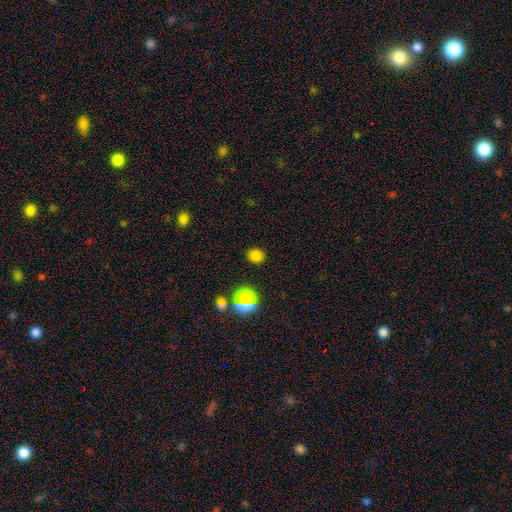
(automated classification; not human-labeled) Q: Smooth or featured?
A: smooth (75%); runner-up: star or artifact (20%)
Q: How rounded?
A: round (77%); runner-up: in between (22%)
Q: Merging?
A: none (87%); runner-up: minor disturbance (8%)